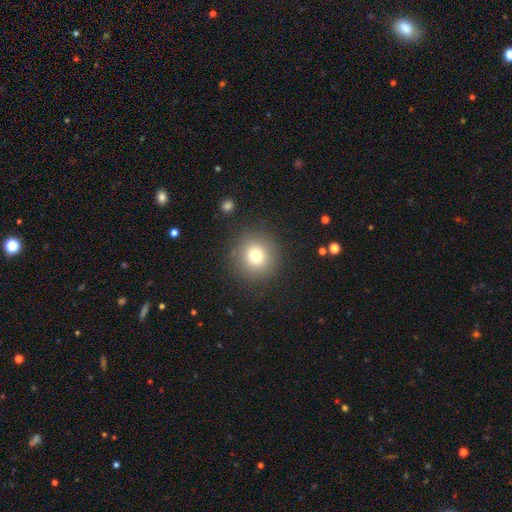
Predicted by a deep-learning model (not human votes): A smooth galaxy with no disk features (75%) that is round (92%).

Vote fractions:
- Smooth or featured? smooth: 75% / star or artifact: 14% / featured or disk: 11%
- How rounded? round: 92% / in between: 7% / cigar-shaped: 1%
- Merging? none: 87% / minor disturbance: 7% / major disturbance: 4% / merger: 2%